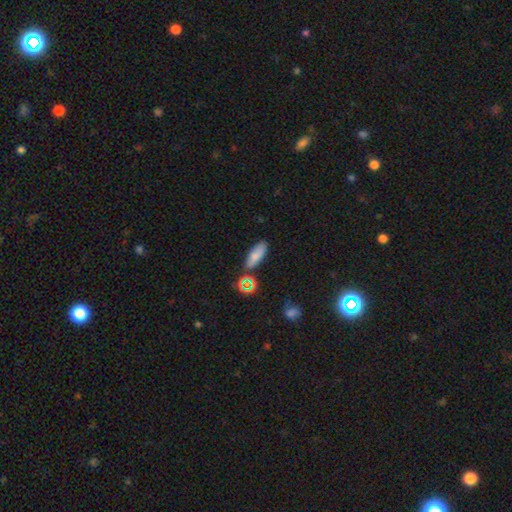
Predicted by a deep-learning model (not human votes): Smooth or featured?
  - smooth: 75% *
  - star or artifact: 13%
  - featured or disk: 12%
How rounded?
  - in between: 70% *
  - cigar-shaped: 24%
  - round: 5%
Merging?
  - none: 74% *
  - minor disturbance: 15%
  - merger: 6%
  - major disturbance: 4%